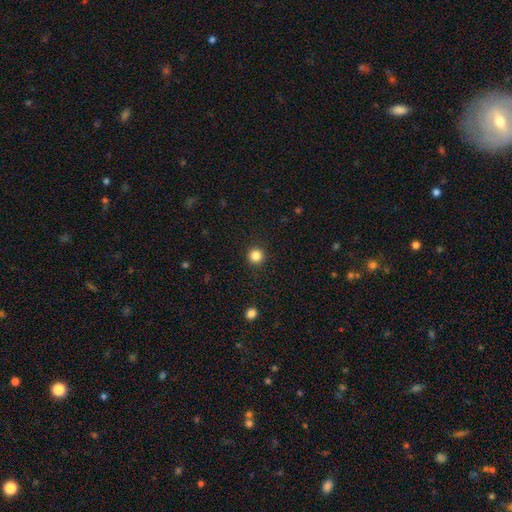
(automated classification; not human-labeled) A smooth galaxy with no disk features (85%) that is round (96%). Merging: none (93%).